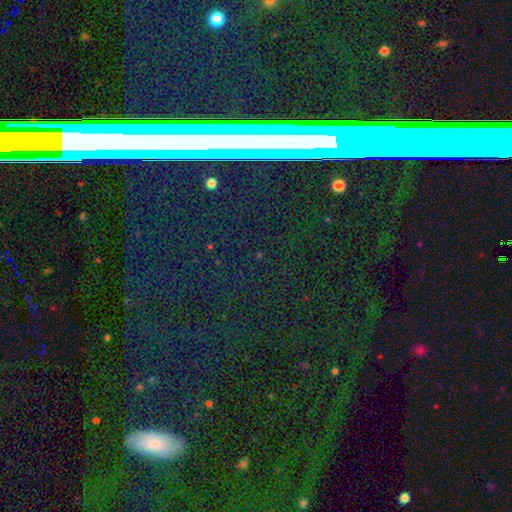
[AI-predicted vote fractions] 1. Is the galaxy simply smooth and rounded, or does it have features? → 70% star or artifact, 15% smooth, 15% featured or disk.